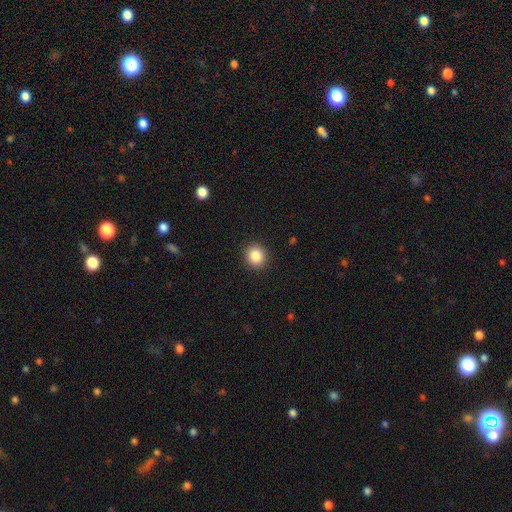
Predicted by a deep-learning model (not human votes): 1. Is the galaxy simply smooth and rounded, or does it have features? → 85% smooth, 10% star or artifact, 5% featured or disk.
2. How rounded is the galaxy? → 86% round, 13% in between, 1% cigar-shaped.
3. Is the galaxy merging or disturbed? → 92% none, 5% minor disturbance, 2% major disturbance, 1% merger.